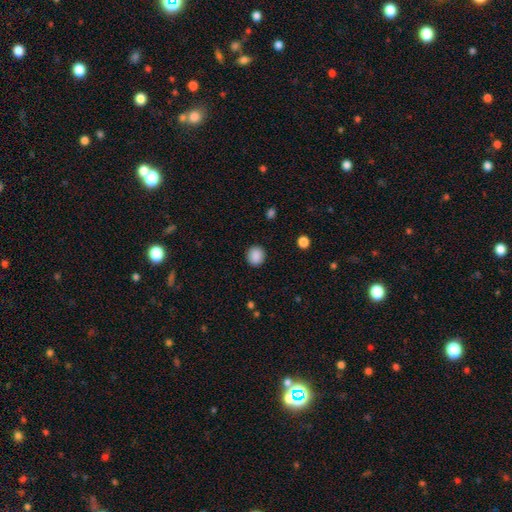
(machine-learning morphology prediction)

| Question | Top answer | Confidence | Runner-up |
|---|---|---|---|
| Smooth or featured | smooth | 89% | star or artifact (8%) |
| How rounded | round | 86% | in between (13%) |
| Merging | none | 91% | minor disturbance (6%) |